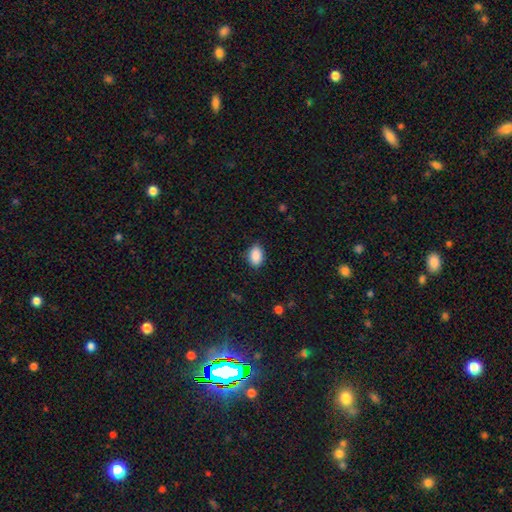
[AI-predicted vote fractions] Overall: smooth (90%). How rounded: in between (88%). Merging: none (86%).